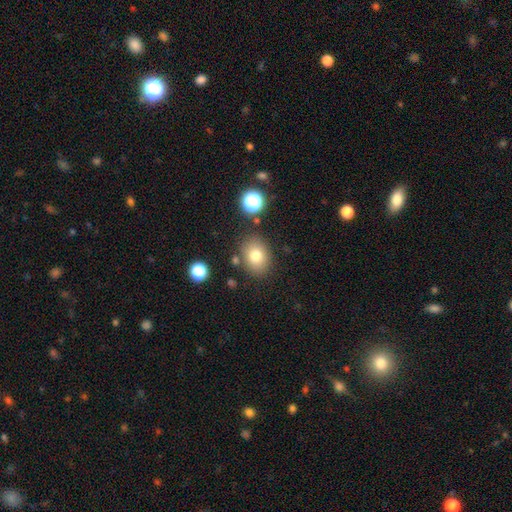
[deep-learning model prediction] Smooth or featured: smooth — 78% (star or artifact — 11%)
How rounded: in between — 58% (round — 41%)
Merging: none — 80% (minor disturbance — 12%)